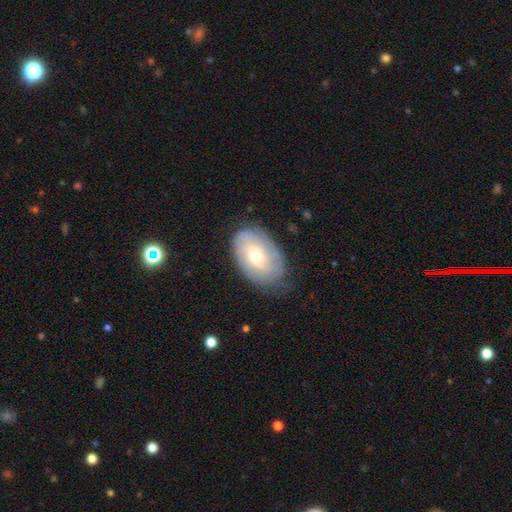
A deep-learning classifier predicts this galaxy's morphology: A featured or disk galaxy (51%).

Vote fractions:
- Smooth or featured? featured or disk: 51% / smooth: 42% / star or artifact: 7%
- Edge-on disk? no: 94% / yes: 6%
- Merging? none: 69% / minor disturbance: 23% / major disturbance: 7% / merger: 1%